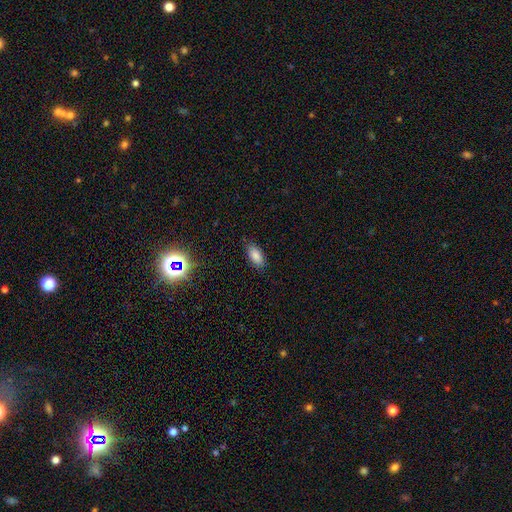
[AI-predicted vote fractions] The model was most divided on "merging": none: 84%, minor disturbance: 12%, major disturbance: 3%, merger: 1%. More confident: how rounded — in between (89%); smooth or featured — smooth (84%).